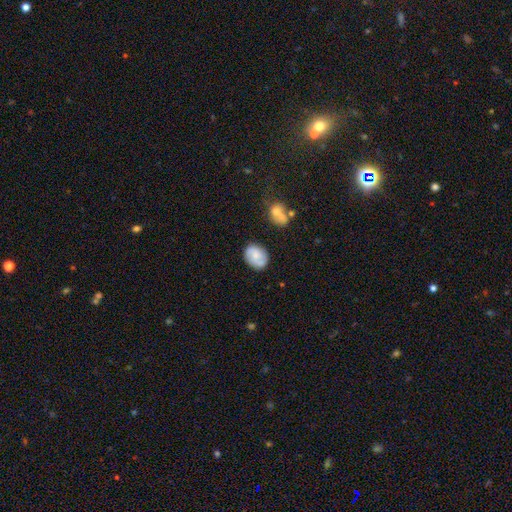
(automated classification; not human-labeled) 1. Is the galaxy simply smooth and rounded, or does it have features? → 53% smooth, 39% featured or disk, 8% star or artifact.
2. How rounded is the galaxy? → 60% in between, 39% round, 1% cigar-shaped.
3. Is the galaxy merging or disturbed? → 74% none, 18% minor disturbance, 4% major disturbance, 4% merger.